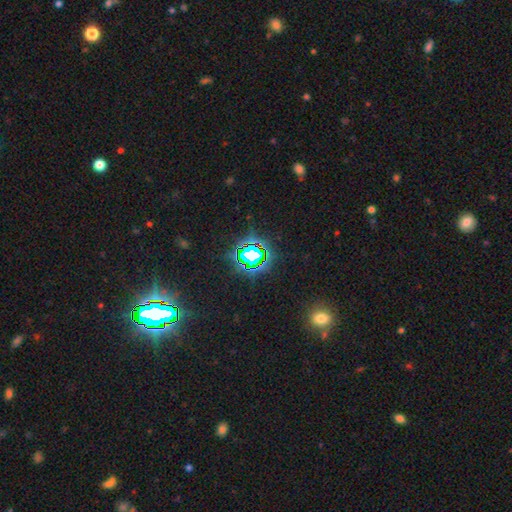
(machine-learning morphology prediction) This is likely a star or artifact rather than a galaxy (78%).